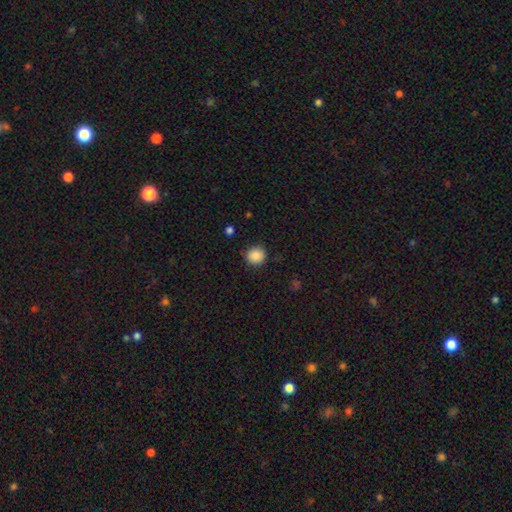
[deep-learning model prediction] The model was most divided on "smooth or featured": smooth: 87%, star or artifact: 9%, featured or disk: 4%. More confident: how rounded — round (92%); merging — none (88%).